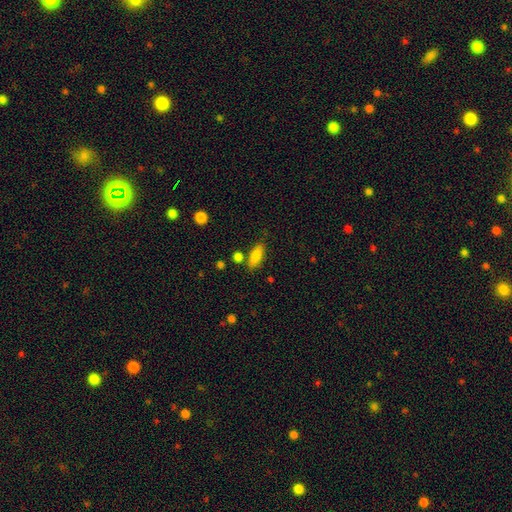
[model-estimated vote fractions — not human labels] Smooth or featured: smooth — 82% (featured or disk — 10%)
How rounded: in between — 73% (cigar-shaped — 24%)
Merging: none — 75% (minor disturbance — 14%)